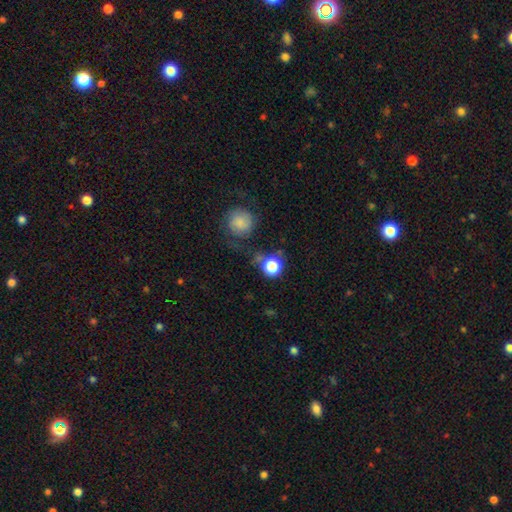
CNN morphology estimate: Q: Smooth or featured?
A: smooth (45%); runner-up: star or artifact (38%)
Q: Merging?
A: none (72%); runner-up: minor disturbance (12%)